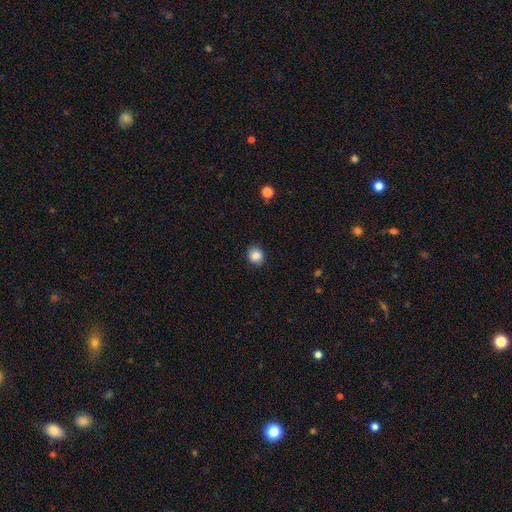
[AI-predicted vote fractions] Overall: smooth (87%). How rounded: round (79%). Merging: none (88%).